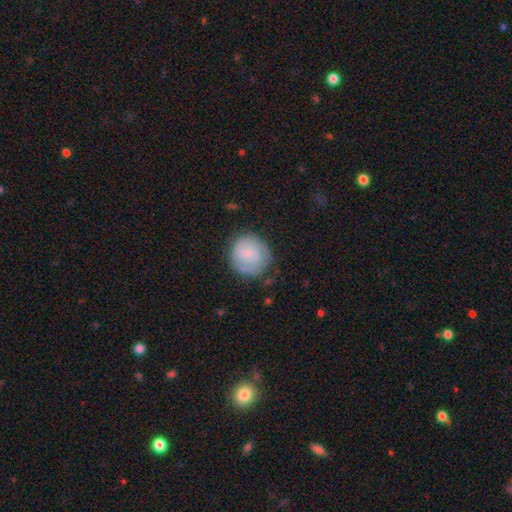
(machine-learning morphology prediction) smooth 62%, featured or disk 31%, star or artifact 7%. Down the decision tree: how rounded — round (91%); merging — none (73%).